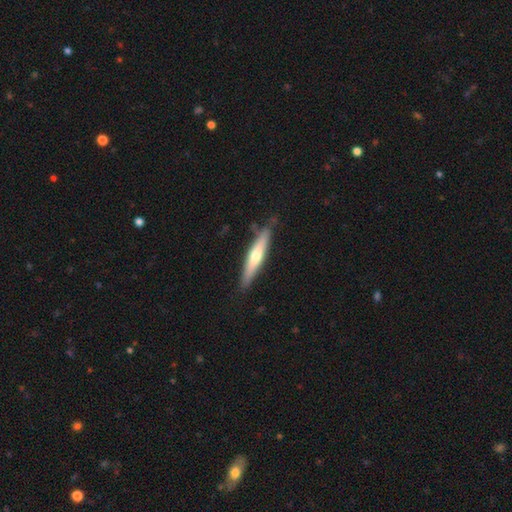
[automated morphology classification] The model was most divided on "smooth or featured": smooth: 48%, featured or disk: 47%, star or artifact: 5%. More confident: merging — none (83%).